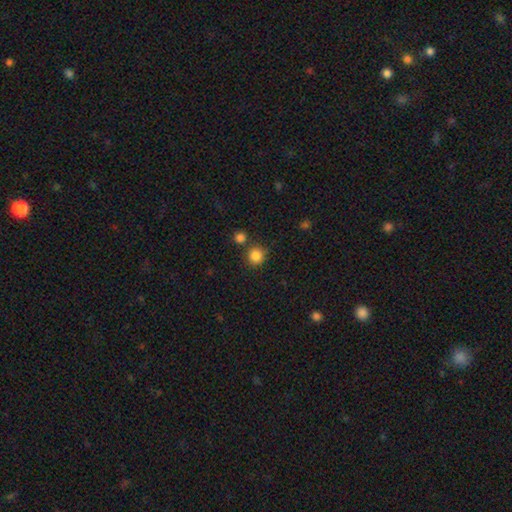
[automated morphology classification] smooth-or-featured: smooth: 85% | star or artifact: 11% | featured or disk: 4%
  how-rounded: round: 92% | in between: 7% | cigar-shaped: 1%
  merging: none: 79% | merger: 10% | minor disturbance: 8% | major disturbance: 3%